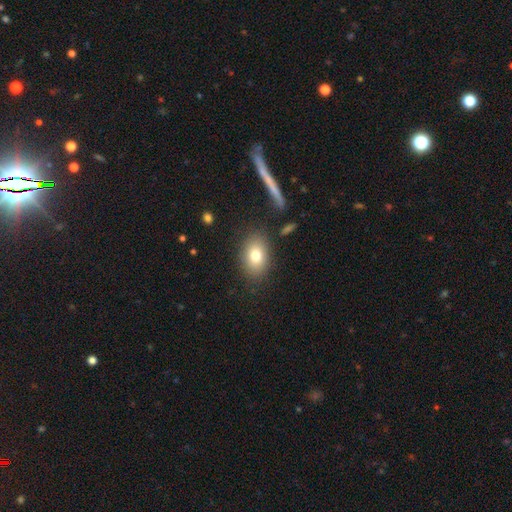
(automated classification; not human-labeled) A smooth galaxy with no disk features (78%) that is in between round and cigar-shaped (74%).

Vote fractions:
- Smooth or featured? smooth: 78% / featured or disk: 12% / star or artifact: 10%
- How rounded? in between: 74% / round: 24% / cigar-shaped: 2%
- Merging? none: 84% / minor disturbance: 10% / major disturbance: 4% / merger: 2%